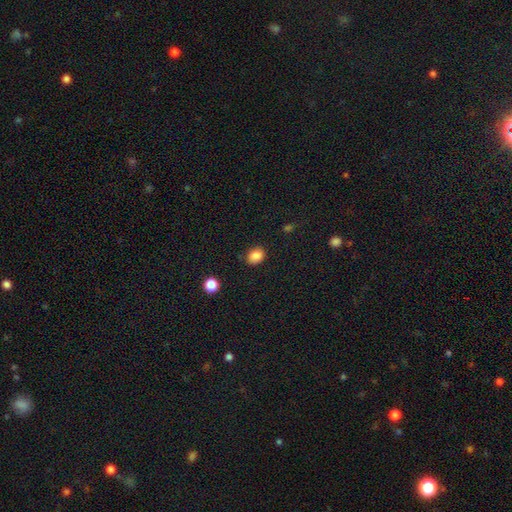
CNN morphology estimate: smooth-or-featured: smooth: 85% | star or artifact: 10% | featured or disk: 5%
  how-rounded: in between: 50% | round: 49% | cigar-shaped: 1%
  merging: none: 83% | minor disturbance: 12% | major disturbance: 3% | merger: 2%